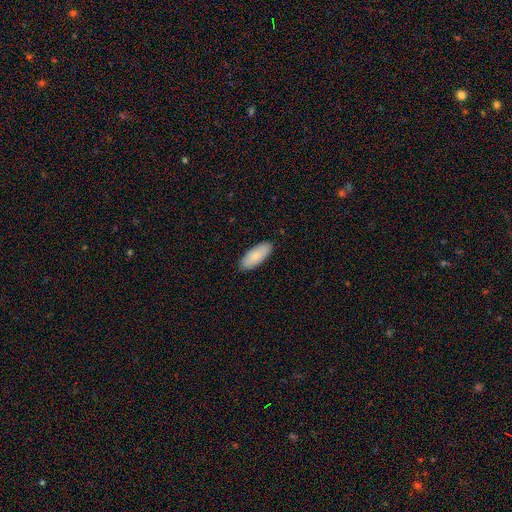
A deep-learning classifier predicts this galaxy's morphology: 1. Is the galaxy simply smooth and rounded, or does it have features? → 84% smooth, 11% featured or disk, 5% star or artifact.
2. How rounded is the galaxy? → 84% in between, 14% cigar-shaped, 2% round.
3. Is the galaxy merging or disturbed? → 88% none, 9% minor disturbance, 2% major disturbance, 1% merger.